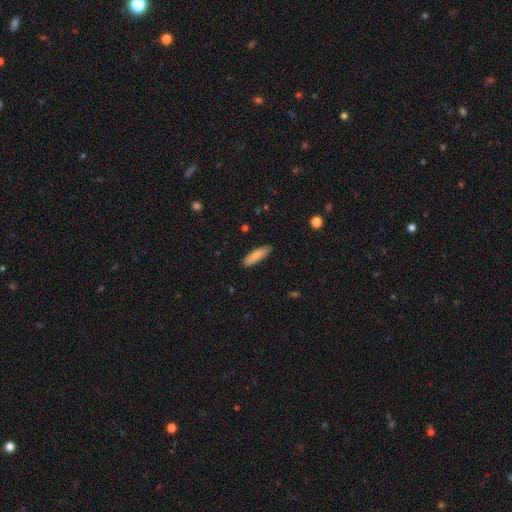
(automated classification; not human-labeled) Morphology: type=smooth (84%); roundness=cigar-shaped (65%); merging=none (87%).